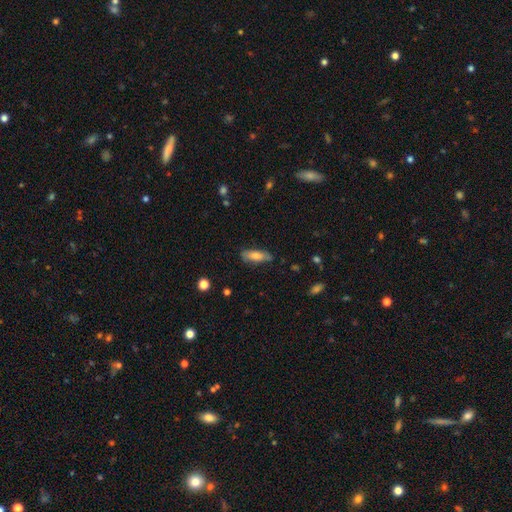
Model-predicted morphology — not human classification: smooth_or_featured: smooth (p=0.73) [alt: featured or disk p=0.21]
how_rounded: in between (p=0.62) [alt: cigar-shaped p=0.36]
merging: none (p=0.76) [alt: minor disturbance p=0.19]